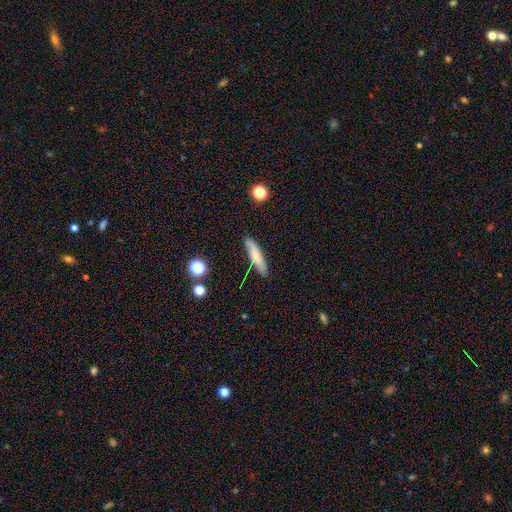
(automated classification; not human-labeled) Morphology: type=smooth (72%); roundness=cigar-shaped (81%); merging=none (83%).